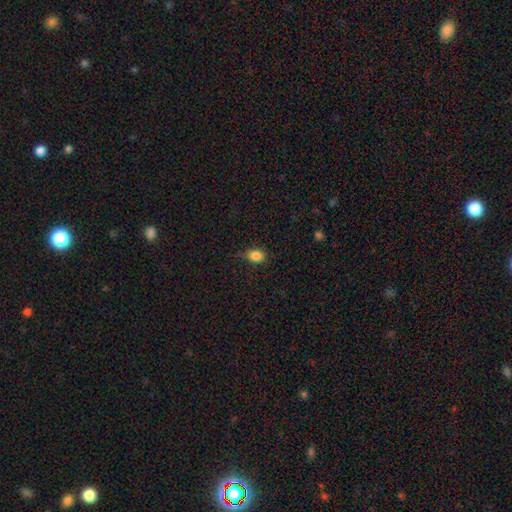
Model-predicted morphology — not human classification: A smooth galaxy with no disk features (84%) that is in between round and cigar-shaped (68%).

Vote fractions:
- Smooth or featured? smooth: 84% / star or artifact: 10% / featured or disk: 6%
- How rounded? in between: 68% / round: 30% / cigar-shaped: 2%
- Merging? none: 67% / minor disturbance: 26% / major disturbance: 6% / merger: 1%